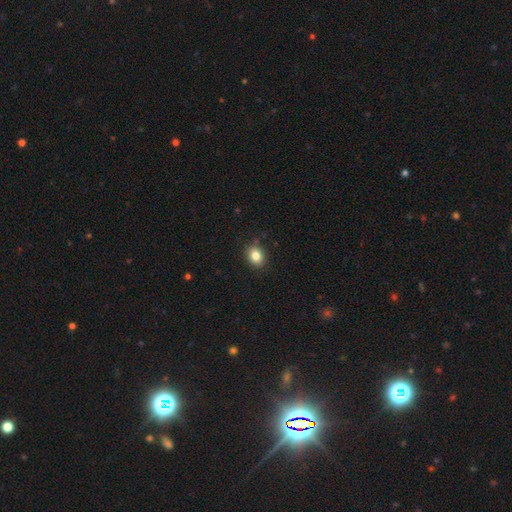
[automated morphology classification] Q: Smooth or featured?
A: smooth (84%); runner-up: star or artifact (10%)
Q: How rounded?
A: in between (50%); runner-up: round (49%)
Q: Merging?
A: none (88%); runner-up: minor disturbance (9%)